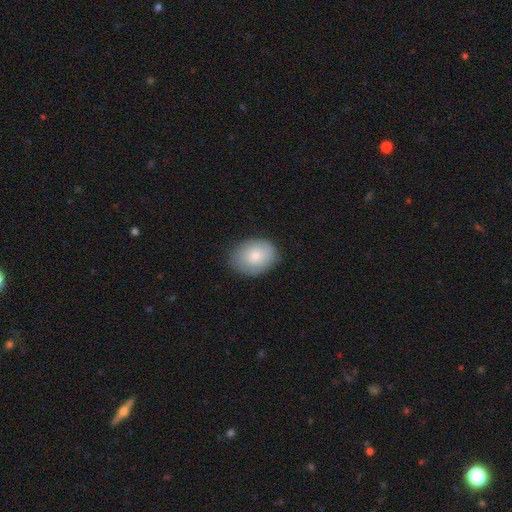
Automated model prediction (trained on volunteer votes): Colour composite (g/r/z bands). It shows a smooth galaxy with no disk features (79%) that is in between round and cigar-shaped (68%). Merging: none (79%).